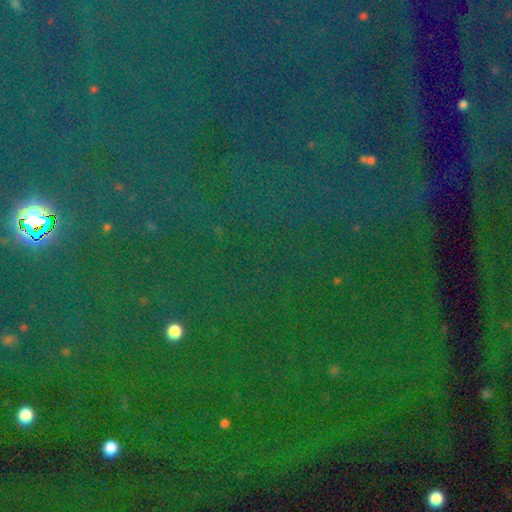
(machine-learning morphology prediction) Smooth or featured? star or artifact (83%)